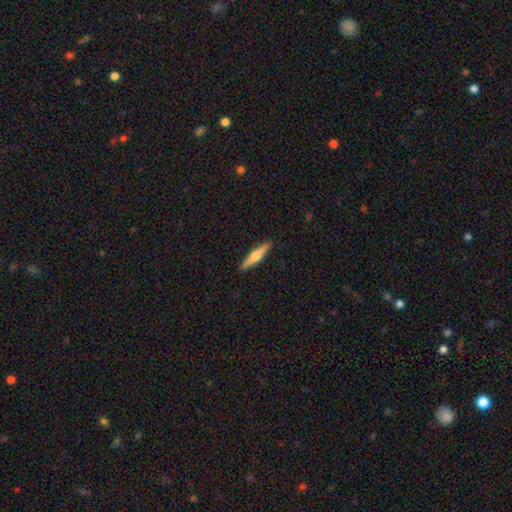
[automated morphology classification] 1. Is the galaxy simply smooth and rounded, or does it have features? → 48% featured or disk, 47% smooth, 5% star or artifact.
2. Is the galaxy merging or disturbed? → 91% none, 7% minor disturbance, 1% major disturbance, 1% merger.